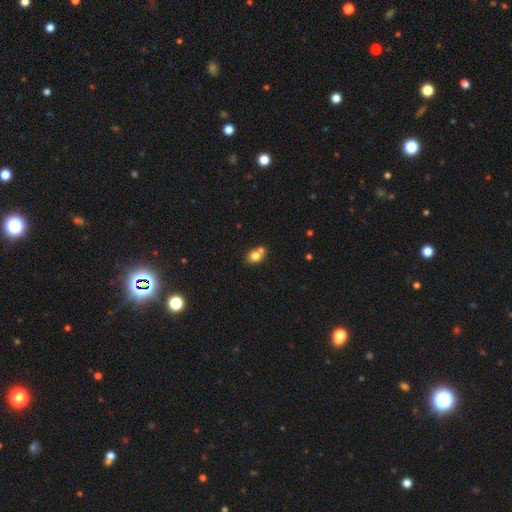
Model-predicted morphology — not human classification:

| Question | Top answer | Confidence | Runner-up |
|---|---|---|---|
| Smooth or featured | smooth | 78% | featured or disk (12%) |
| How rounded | in between | 50% | round (48%) |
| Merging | none | 50% | merger (36%) |